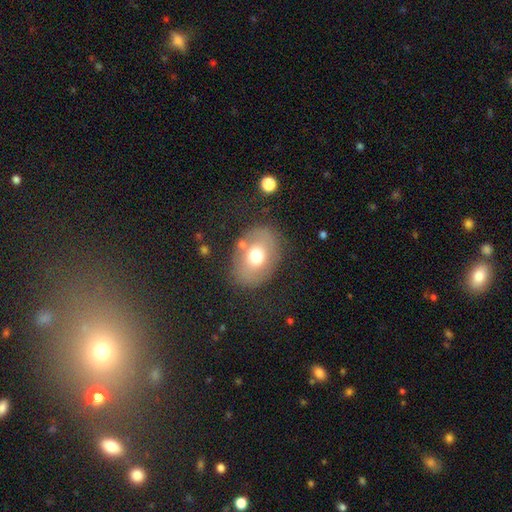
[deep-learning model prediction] A smooth galaxy with no disk features (63%) that is in between round and cigar-shaped (68%). Merging: none (75%).